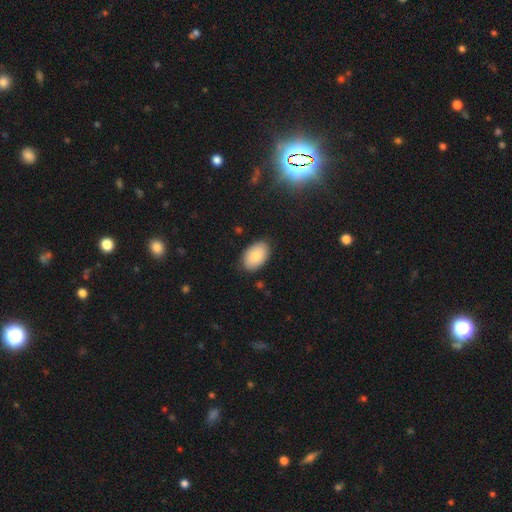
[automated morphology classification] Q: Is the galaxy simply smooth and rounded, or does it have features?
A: smooth — 80%.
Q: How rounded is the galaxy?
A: in between — 92%.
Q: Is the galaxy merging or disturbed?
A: none — 84%.